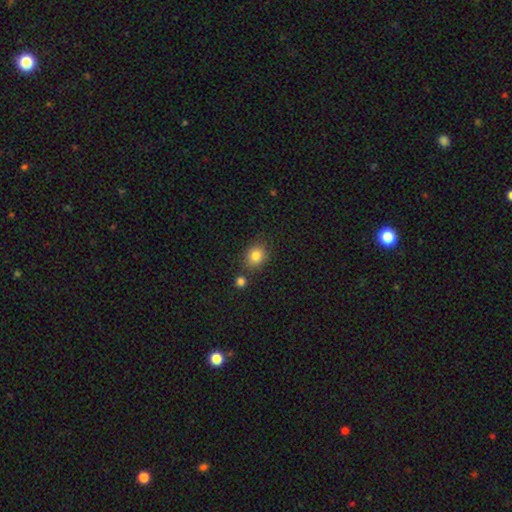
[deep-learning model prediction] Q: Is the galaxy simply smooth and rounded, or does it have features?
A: smooth — 84%.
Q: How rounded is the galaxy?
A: round — 68%.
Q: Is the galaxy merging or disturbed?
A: none — 76%.